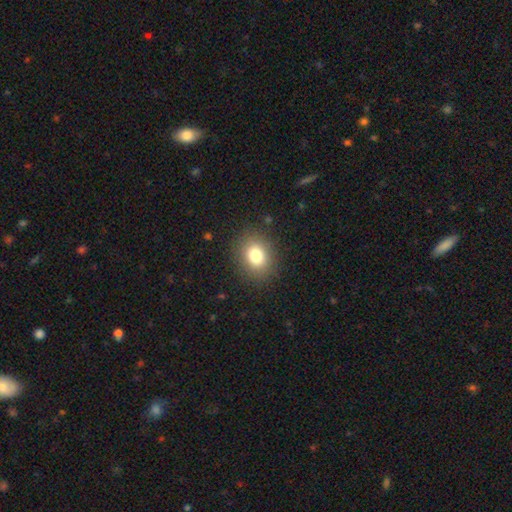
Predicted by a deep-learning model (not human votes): Overall: smooth (80%). How rounded: round (52%; in between 47%). Merging: none (87%).